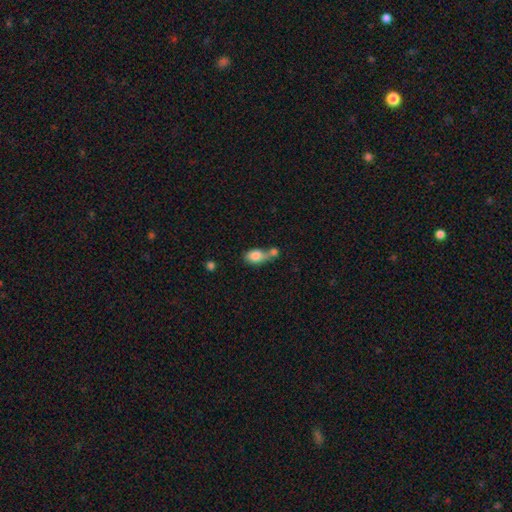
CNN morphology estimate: Smooth or featured? Predicted: smooth (p=0.78). How rounded? Predicted: in between (p=0.75). Merging? Predicted: merger (p=0.56).